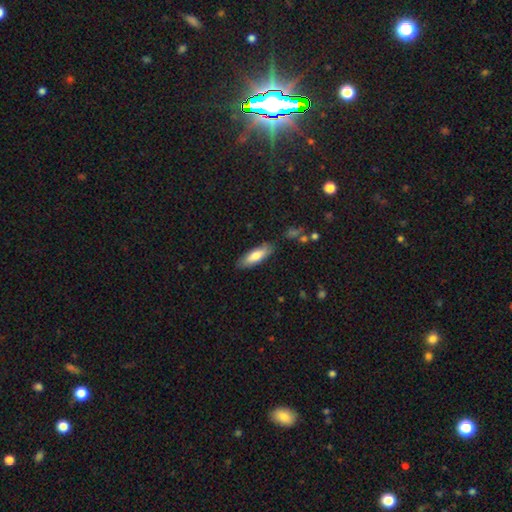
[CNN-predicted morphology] This appears to be a smooth galaxy with no disk features (74%) that is in between round and cigar-shaped (53%). Merging: none (85%).